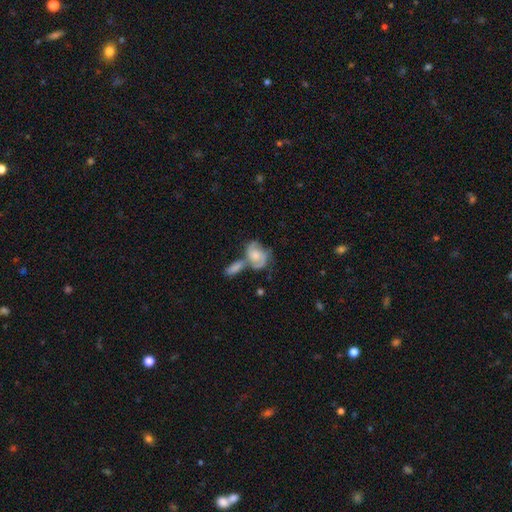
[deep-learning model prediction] The model was most divided on "bulge size": moderate: 46%, small: 30%, large: 12%, none: 11%, dominant: 2%. Remaining: edge-on disk — no (96%); spiral arms — yes (89%); spiral arm count — 2 (74%); bar — no (69%); smooth or featured — featured or disk (64%); spiral winding — medium (49%); merging — merger (47%).